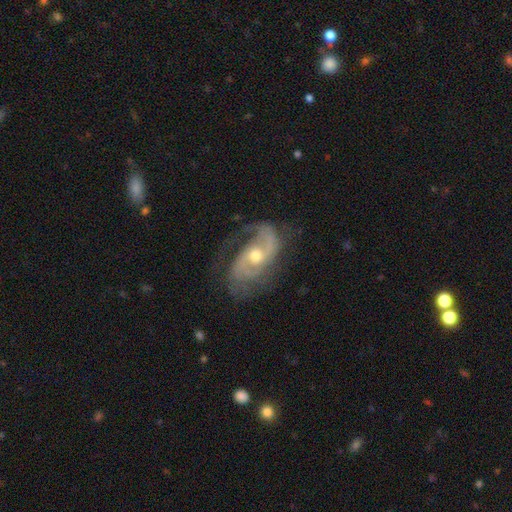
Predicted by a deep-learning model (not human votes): The model was most divided on "spiral winding": medium: 47%, tight: 29%, loose: 23%. More confident: edge-on disk — no (96%); spiral arms — yes (96%); smooth or featured — featured or disk (88%); spiral arm count — 2 (69%); merging — none (62%); bulge size — moderate (62%); bar — no (61%).